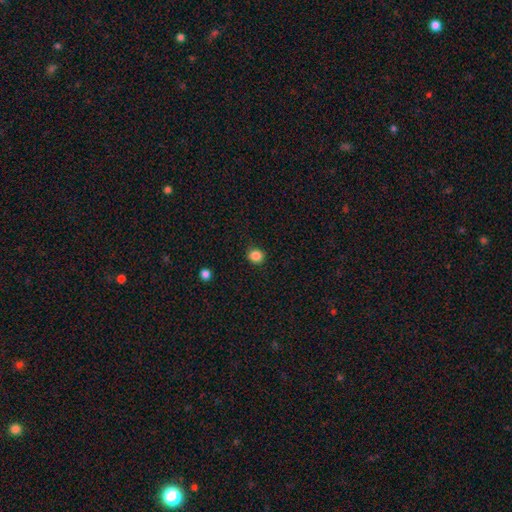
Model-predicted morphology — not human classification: Smooth or featured? smooth (86%)
How rounded? round (88%)
Merging? none (90%)